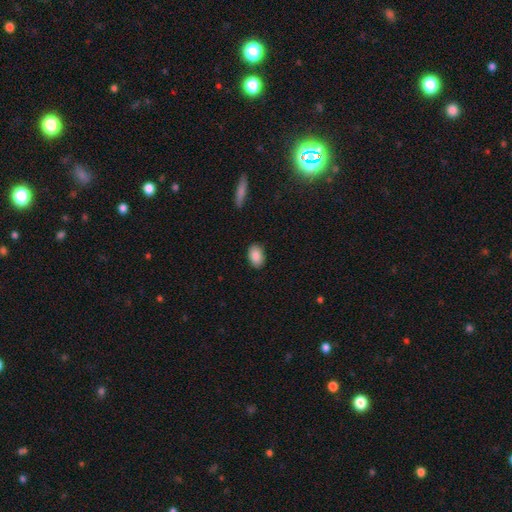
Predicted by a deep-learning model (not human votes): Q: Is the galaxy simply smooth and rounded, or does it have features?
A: smooth — 88%.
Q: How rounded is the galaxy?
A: in between — 88%.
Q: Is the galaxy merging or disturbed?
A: none — 87%.